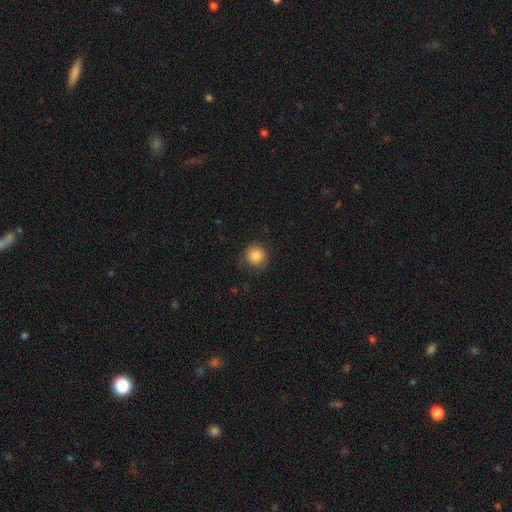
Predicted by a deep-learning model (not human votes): Smooth or featured?
  - smooth: 87% *
  - star or artifact: 9%
  - featured or disk: 4%
How rounded?
  - round: 91% *
  - in between: 8%
  - cigar-shaped: 1%
Merging?
  - none: 81% *
  - minor disturbance: 14%
  - major disturbance: 5%
  - merger: 1%